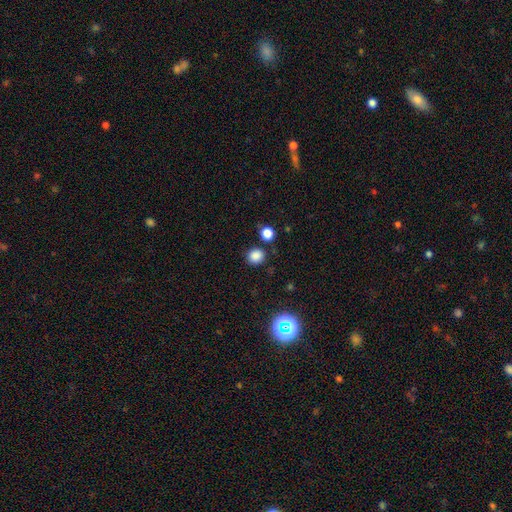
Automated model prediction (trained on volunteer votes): This appears to be a smooth galaxy with no disk features (83%) that is round (82%). Merging: none (84%).